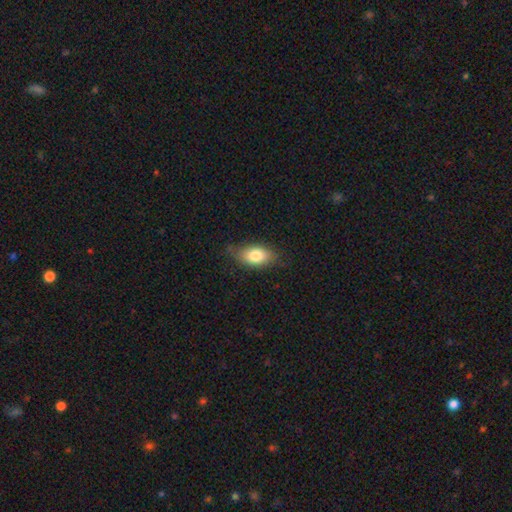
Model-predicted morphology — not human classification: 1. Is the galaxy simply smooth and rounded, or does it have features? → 78% smooth, 15% featured or disk, 7% star or artifact.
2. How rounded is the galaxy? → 88% in between, 8% round, 4% cigar-shaped.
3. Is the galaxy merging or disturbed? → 71% none, 23% minor disturbance, 5% major disturbance, 1% merger.